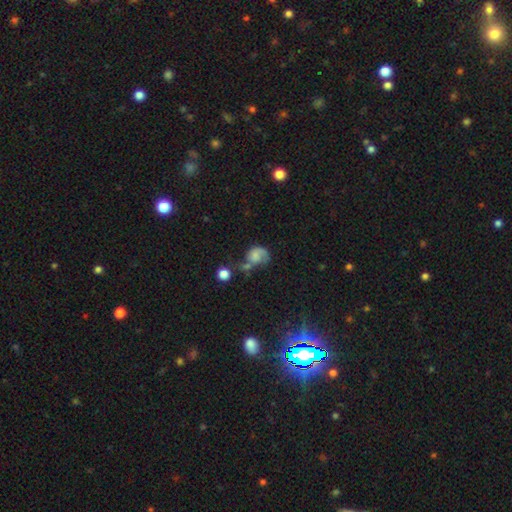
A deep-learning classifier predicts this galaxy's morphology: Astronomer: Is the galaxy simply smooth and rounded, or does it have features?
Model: smooth — 47% (runner-up: featured or disk, 42%).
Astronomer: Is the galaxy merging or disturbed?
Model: none — 27%, tied with major disturbance at 27%.